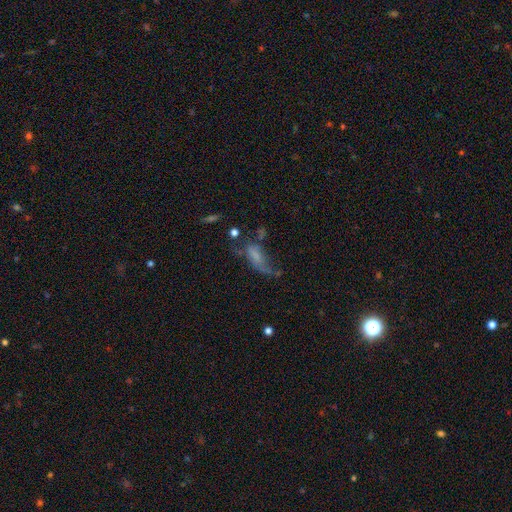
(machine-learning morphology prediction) A smooth galaxy with no disk features (48%).

Vote fractions:
- Smooth or featured? smooth: 48% / featured or disk: 36% / star or artifact: 15%
- Merging? major disturbance: 39% / none: 26% / minor disturbance: 22% / merger: 13%